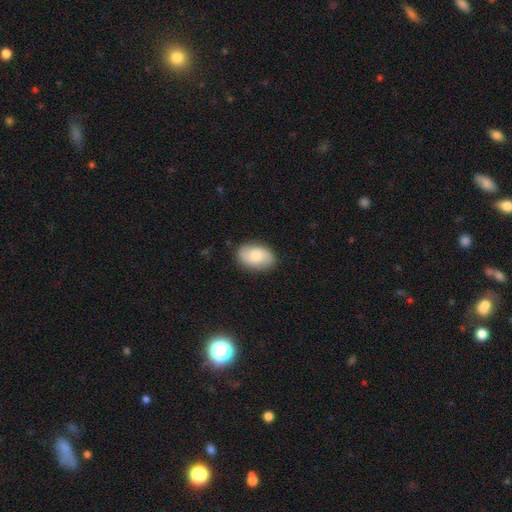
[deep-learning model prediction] Overall: smooth (56%; featured or disk 37%). How rounded: in between (88%). Merging: none (84%).